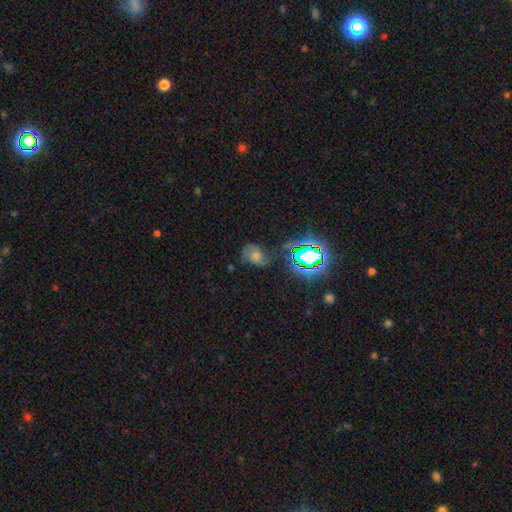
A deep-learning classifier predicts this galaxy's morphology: Overall: featured or disk (38%; star or artifact 33%). Merging: none (61%; minor disturbance 22%).